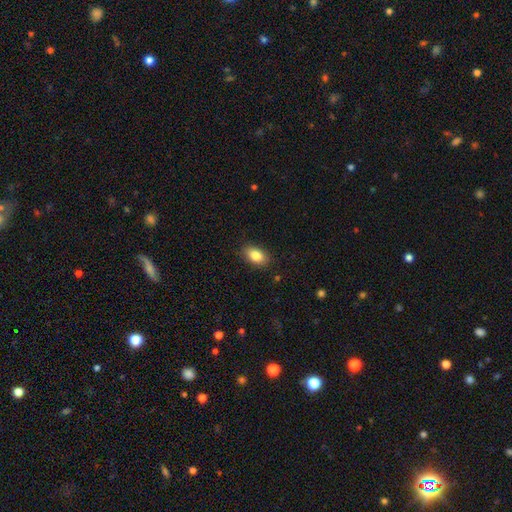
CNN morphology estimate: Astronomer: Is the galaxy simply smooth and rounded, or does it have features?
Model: smooth — 84%.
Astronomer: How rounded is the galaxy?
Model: in between — 90%.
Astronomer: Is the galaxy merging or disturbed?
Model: none — 88%.